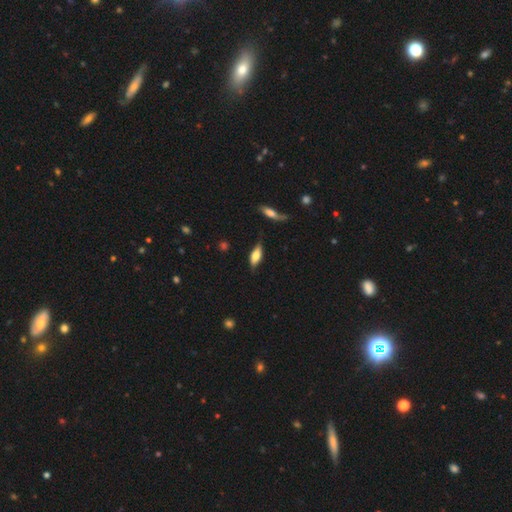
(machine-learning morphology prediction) This is likely a smooth galaxy (65%). How rounded: likely in between (73%). Merging: likely none (73%).